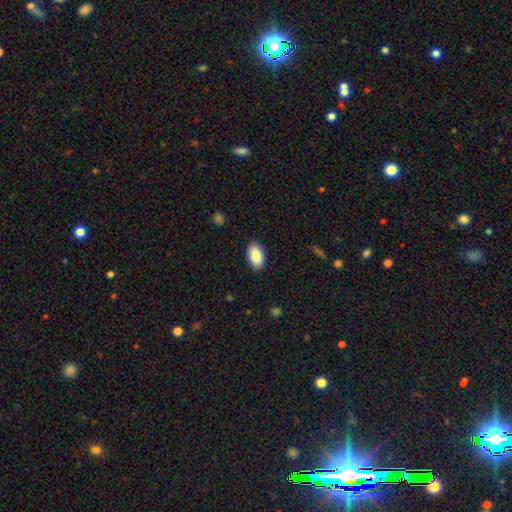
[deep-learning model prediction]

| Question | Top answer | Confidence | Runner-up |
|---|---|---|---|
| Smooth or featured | smooth | 87% | featured or disk (7%) |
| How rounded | in between | 95% | round (3%) |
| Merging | none | 89% | minor disturbance (8%) |